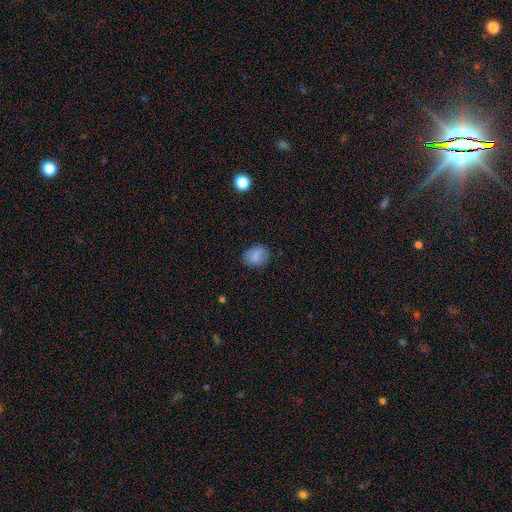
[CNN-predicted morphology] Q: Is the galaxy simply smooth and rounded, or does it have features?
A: smooth — 77%.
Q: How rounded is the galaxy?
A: in between — 56%.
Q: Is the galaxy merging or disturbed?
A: none — 74%.